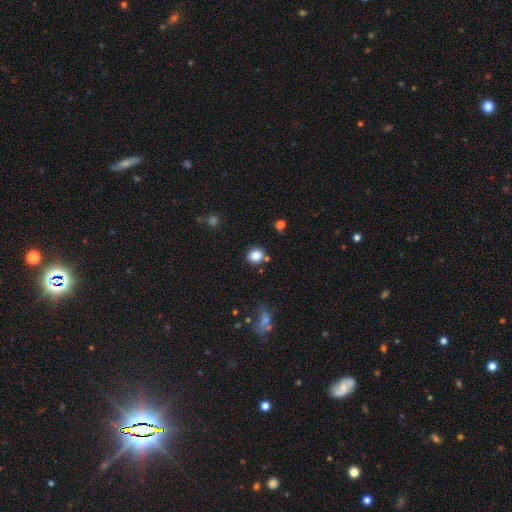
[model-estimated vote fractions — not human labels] The model was most divided on "how rounded": round: 81%, in between: 18%, cigar-shaped: 1%. More confident: smooth or featured — smooth (85%); merging — none (80%).